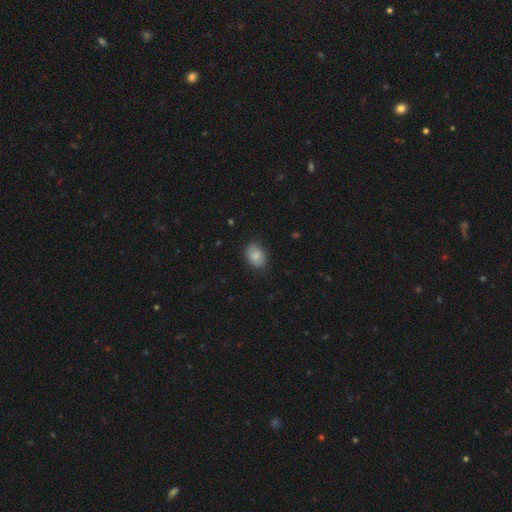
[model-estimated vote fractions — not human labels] A smooth galaxy with no disk features (84%) that is in between round and cigar-shaped (71%). Merging: none (81%).